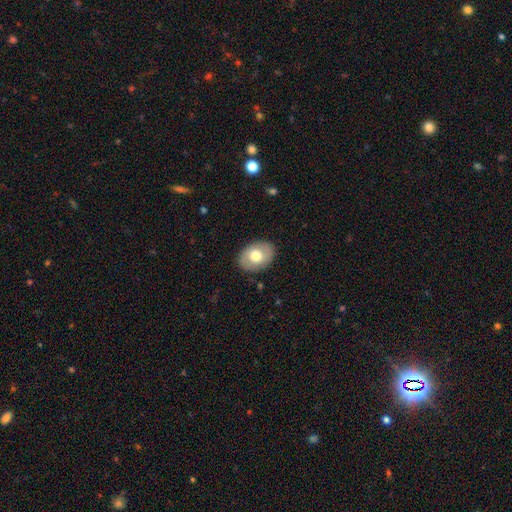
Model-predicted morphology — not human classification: Overall: smooth (67%). How rounded: in between (74%). Merging: none (86%).